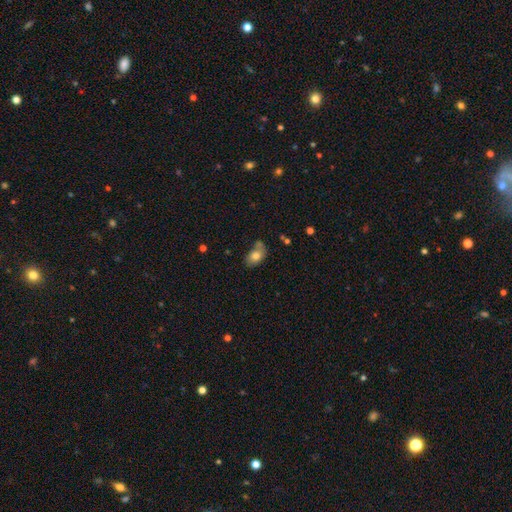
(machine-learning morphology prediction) smooth-or-featured: smooth: 78% | featured or disk: 13% | star or artifact: 9%
  how-rounded: in between: 83% | round: 16% | cigar-shaped: 2%
  merging: none: 55% | minor disturbance: 20% | merger: 19% | major disturbance: 6%